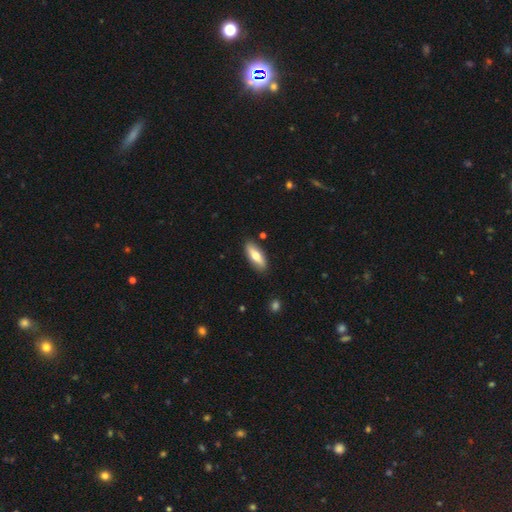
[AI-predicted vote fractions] Smooth or featured?
  - smooth: 63% *
  - featured or disk: 31%
  - star or artifact: 5%
How rounded?
  - in between: 65% *
  - cigar-shaped: 32%
  - round: 3%
Merging?
  - none: 87% *
  - minor disturbance: 9%
  - major disturbance: 2%
  - merger: 2%